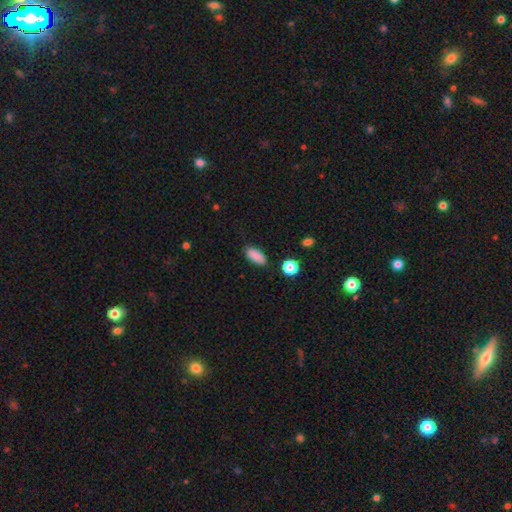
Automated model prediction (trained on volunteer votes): Q: Smooth or featured?
A: smooth (87%); runner-up: star or artifact (8%)
Q: How rounded?
A: in between (86%); runner-up: cigar-shaped (10%)
Q: Merging?
A: none (83%); runner-up: minor disturbance (12%)